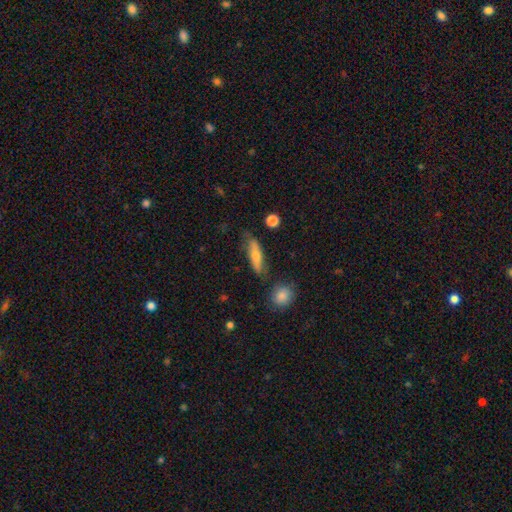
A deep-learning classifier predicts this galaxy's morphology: Smooth or featured? Predicted: smooth (p=0.62). How rounded? Predicted: cigar-shaped (p=0.64). Merging? Predicted: none (p=0.72).